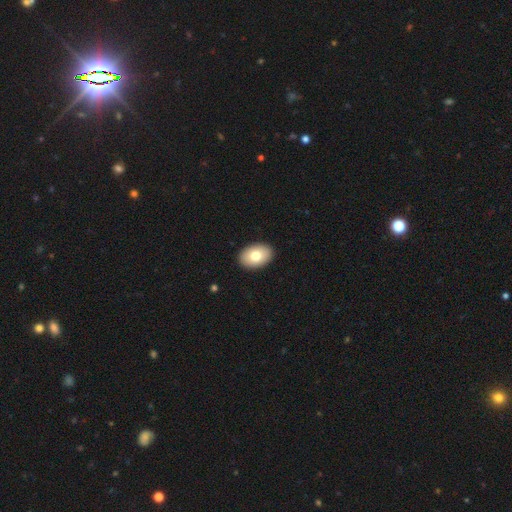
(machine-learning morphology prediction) This is likely a smooth galaxy (78%). How rounded: clearly in between (87%). Merging: clearly none (91%).